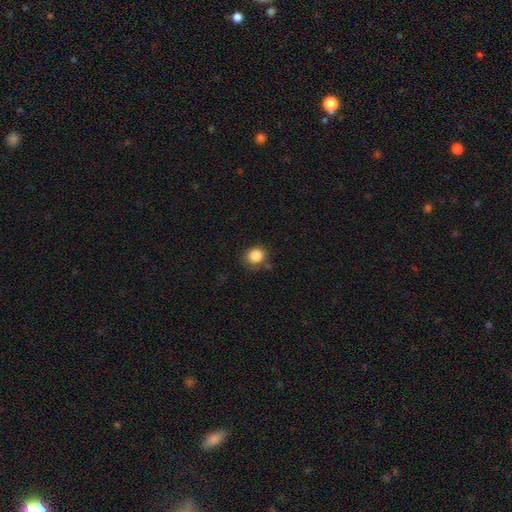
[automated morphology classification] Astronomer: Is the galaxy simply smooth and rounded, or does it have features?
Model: smooth — 86%.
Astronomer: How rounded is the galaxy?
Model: round — 72%.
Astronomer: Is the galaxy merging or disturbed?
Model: none — 76%.